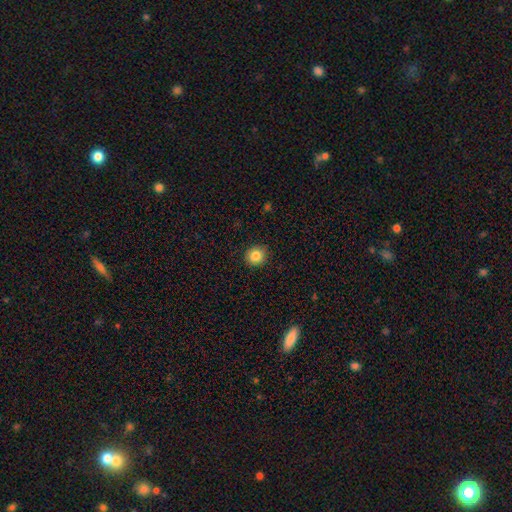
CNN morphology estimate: Smooth or featured: smooth — 85% (star or artifact — 10%)
How rounded: round — 88% (in between — 11%)
Merging: none — 90% (minor disturbance — 7%)